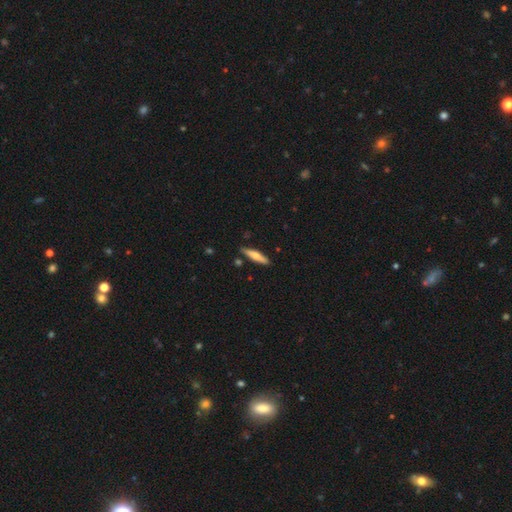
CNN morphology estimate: A smooth galaxy with no disk features (58%) that is cigar-shaped (84%). Merging: none (87%).